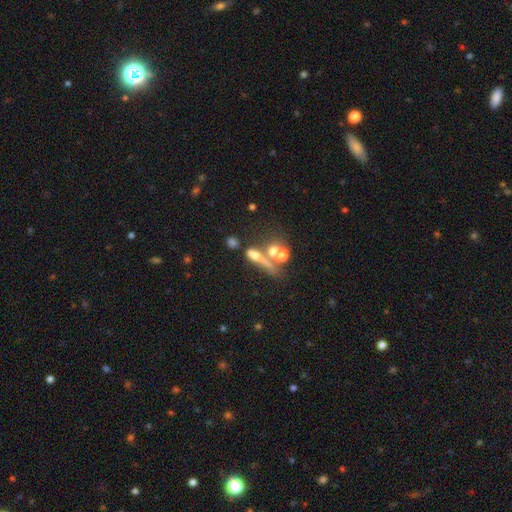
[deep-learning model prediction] Smooth or featured: smooth — 41% (featured or disk — 39%)
Merging: merger — 40% (none — 34%)